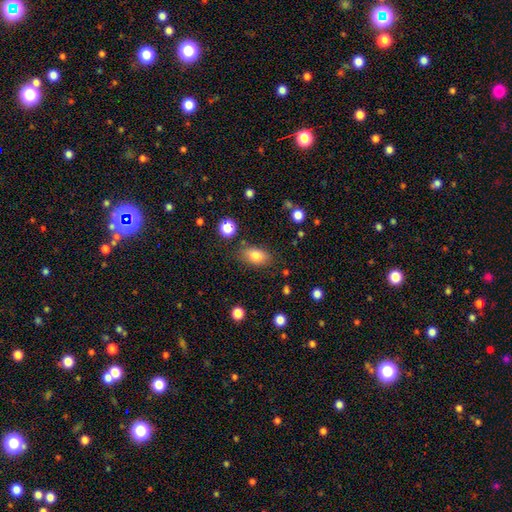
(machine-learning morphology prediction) smooth 81%, featured or disk 10%, star or artifact 9%. Down the decision tree: how rounded — in between (85%); merging — none (77%).